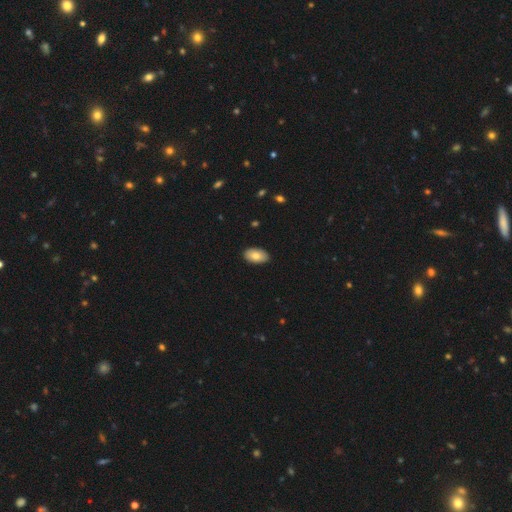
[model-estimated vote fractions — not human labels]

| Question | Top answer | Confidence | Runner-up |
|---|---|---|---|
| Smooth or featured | smooth | 83% | featured or disk (11%) |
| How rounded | in between | 95% | round (4%) |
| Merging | none | 89% | minor disturbance (8%) |